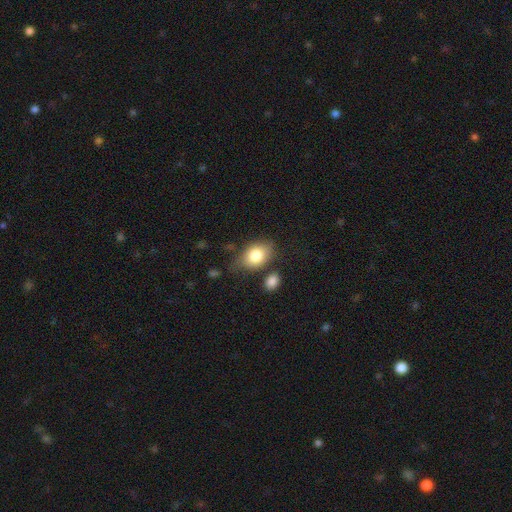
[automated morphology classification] smooth 82%, featured or disk 11%, star or artifact 7%. Down the decision tree: how rounded — in between (78%); merging — none (64%).